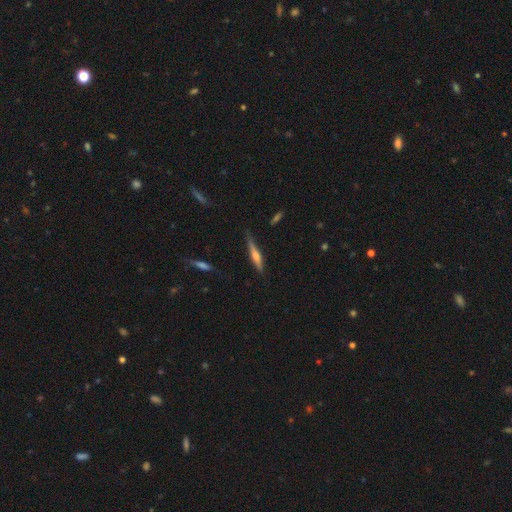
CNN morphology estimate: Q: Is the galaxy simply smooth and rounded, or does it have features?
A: featured or disk — 54%.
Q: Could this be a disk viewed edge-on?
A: yes — 96%.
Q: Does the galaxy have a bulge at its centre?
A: rounded — 76%.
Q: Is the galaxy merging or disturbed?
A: none — 76%.